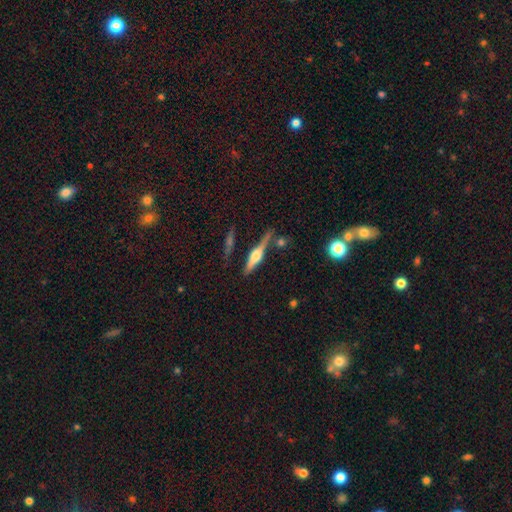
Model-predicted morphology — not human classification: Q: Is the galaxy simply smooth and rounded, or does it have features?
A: featured or disk — 69%.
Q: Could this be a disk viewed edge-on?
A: yes — 96%.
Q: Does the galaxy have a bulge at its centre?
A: rounded — 90%.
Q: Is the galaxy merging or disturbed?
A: none — 73%.